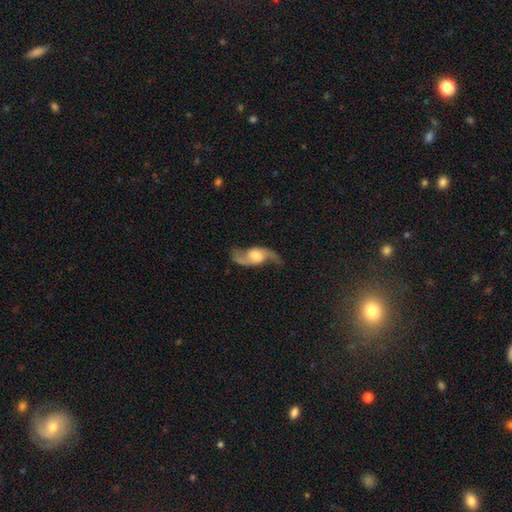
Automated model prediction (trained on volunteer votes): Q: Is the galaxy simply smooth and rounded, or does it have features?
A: featured or disk — 86%.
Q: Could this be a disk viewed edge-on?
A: no — 93%.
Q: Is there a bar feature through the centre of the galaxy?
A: no — 55%.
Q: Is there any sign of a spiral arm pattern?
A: yes — 96%.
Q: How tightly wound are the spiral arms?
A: loose — 73%.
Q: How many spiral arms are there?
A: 2 — 93%.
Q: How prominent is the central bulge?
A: moderate — 51%.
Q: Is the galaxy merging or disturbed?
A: none — 77%.